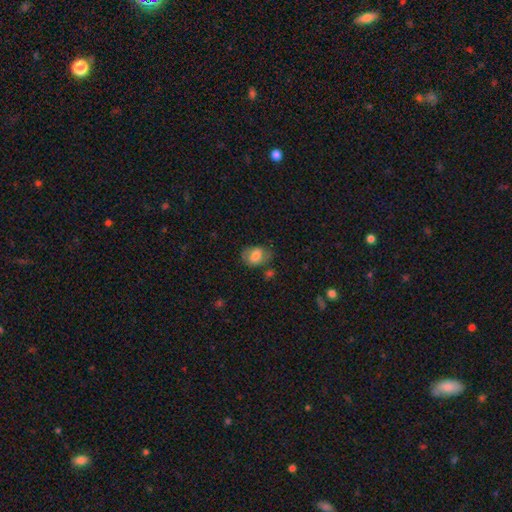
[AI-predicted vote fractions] Smooth or featured: smooth — 68% (featured or disk — 23%)
How rounded: in between — 73% (round — 26%)
Merging: none — 54% (minor disturbance — 27%)